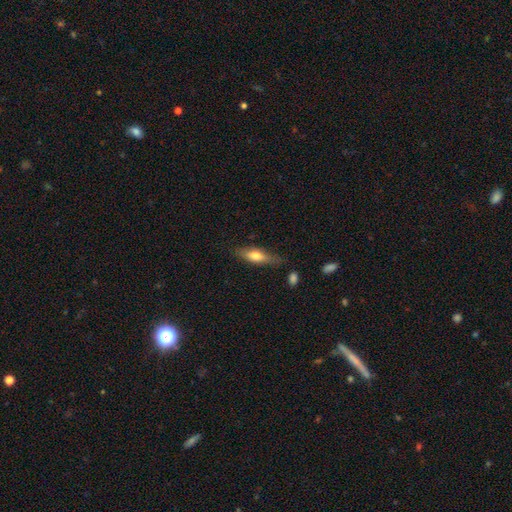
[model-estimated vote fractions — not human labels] Overall: smooth (61%; featured or disk 33%). How rounded: cigar-shaped (52%; in between 45%). Merging: none (73%).